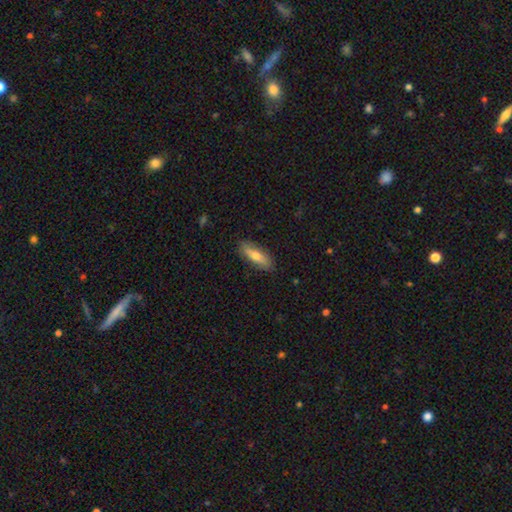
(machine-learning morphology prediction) Smooth or featured?
  - smooth: 64% *
  - featured or disk: 30%
  - star or artifact: 6%
How rounded?
  - cigar-shaped: 50% *
  - in between: 47%
  - round: 2%
Merging?
  - none: 86% *
  - minor disturbance: 11%
  - major disturbance: 2%
  - merger: 1%